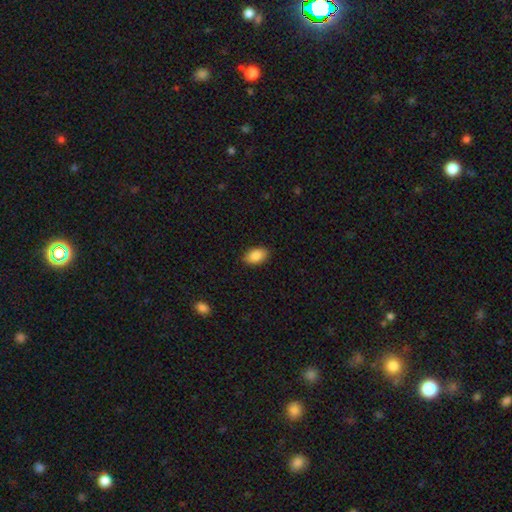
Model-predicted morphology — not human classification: A smooth galaxy with no disk features (88%) that is in between round and cigar-shaped (92%). Merging: none (89%).